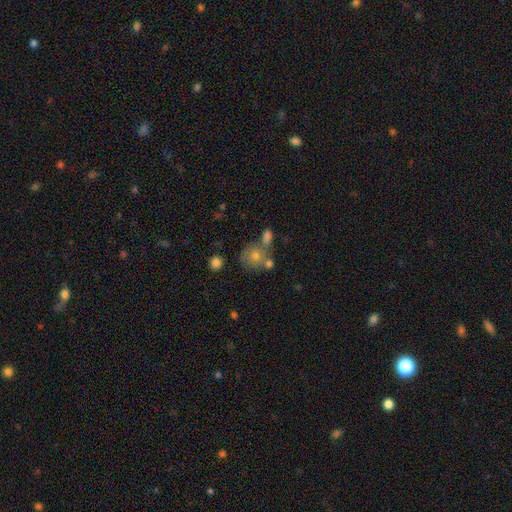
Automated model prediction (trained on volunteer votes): Smooth or featured?
  - smooth: 63% *
  - featured or disk: 20%
  - star or artifact: 17%
How rounded?
  - round: 80% *
  - in between: 19%
  - cigar-shaped: 1%
Merging?
  - none: 56% *
  - merger: 27%
  - minor disturbance: 12%
  - major disturbance: 5%